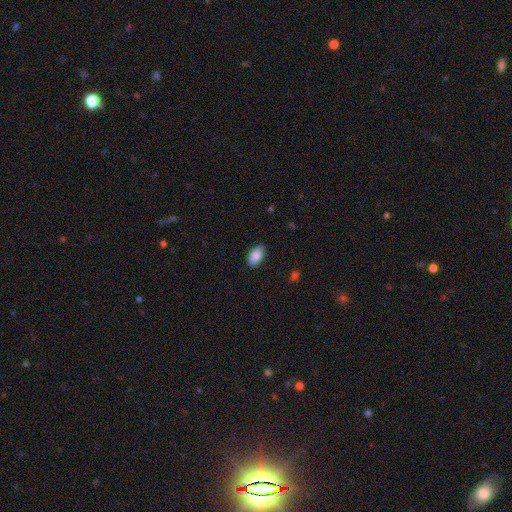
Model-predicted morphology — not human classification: The model was most divided on "merging": none: 78%, minor disturbance: 18%, major disturbance: 3%, merger: 1%. More confident: how rounded — in between (94%); smooth or featured — smooth (87%).